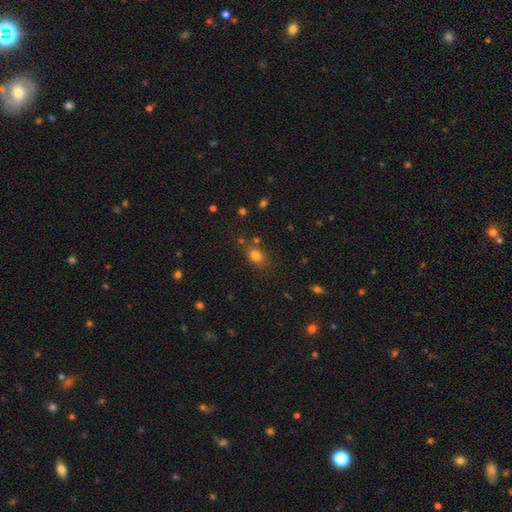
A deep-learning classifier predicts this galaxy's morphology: This is likely a smooth galaxy (78%). How rounded: possibly in between (52%). Merging: likely none (71%).